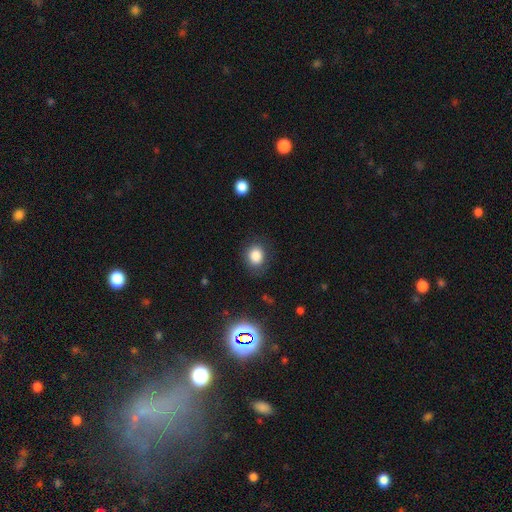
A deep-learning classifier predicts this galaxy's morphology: Smooth or featured? smooth (84%)
How rounded? round (64%)
Merging? none (80%)